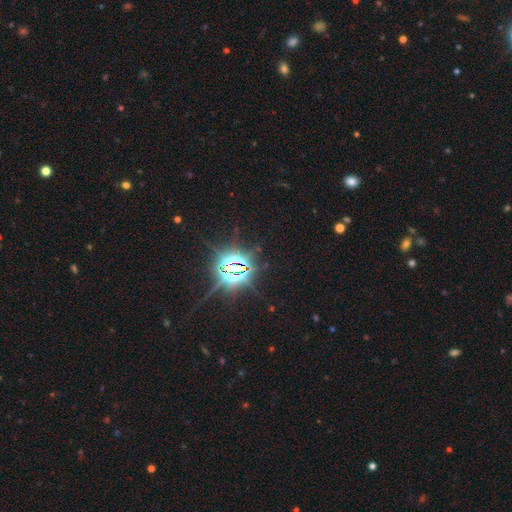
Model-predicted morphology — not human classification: Smooth or featured?
  - star or artifact: 86% *
  - smooth: 9%
  - featured or disk: 6%